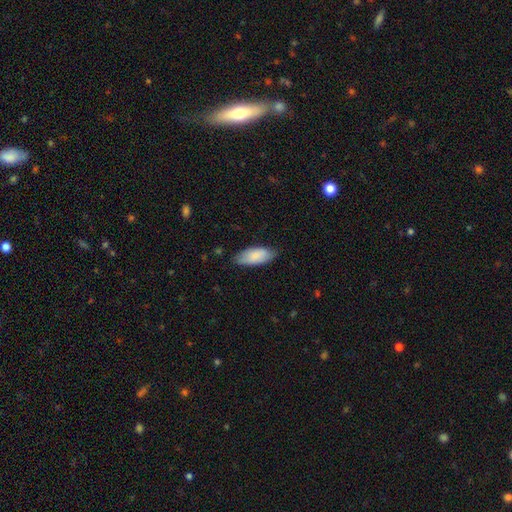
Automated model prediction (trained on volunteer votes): Smooth or featured: smooth — 85% (featured or disk — 10%)
How rounded: in between — 87% (cigar-shaped — 12%)
Merging: none — 78% (minor disturbance — 19%)